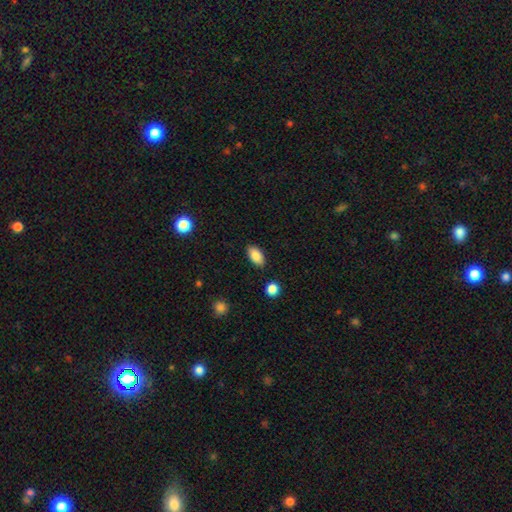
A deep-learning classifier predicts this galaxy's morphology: Q: Smooth or featured?
A: smooth (86%); runner-up: star or artifact (8%)
Q: How rounded?
A: in between (92%); runner-up: round (4%)
Q: Merging?
A: none (86%); runner-up: minor disturbance (10%)